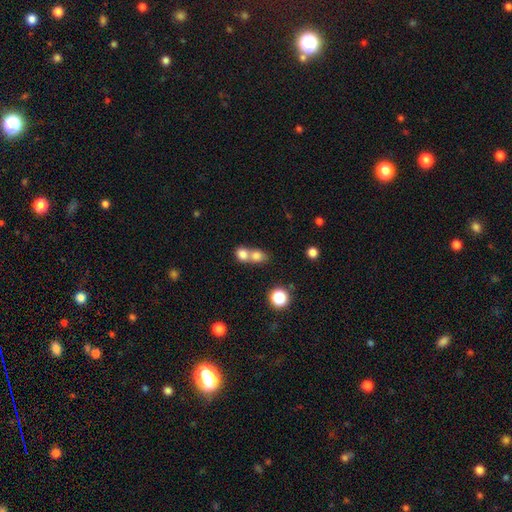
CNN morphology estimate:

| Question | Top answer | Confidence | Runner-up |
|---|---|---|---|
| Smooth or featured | smooth | 77% | star or artifact (12%) |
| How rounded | round | 68% | in between (31%) |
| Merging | merger | 62% | none (30%) |